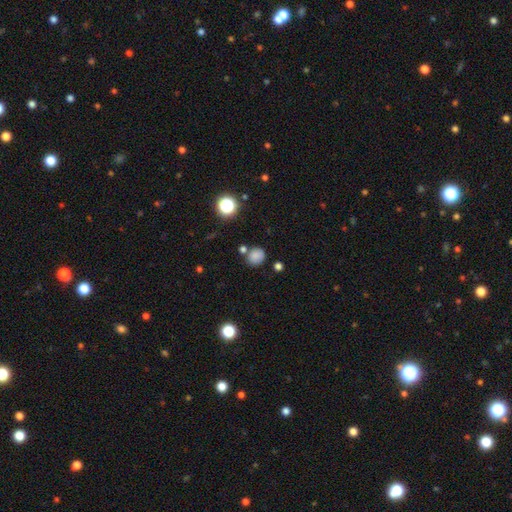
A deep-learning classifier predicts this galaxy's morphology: smooth-or-featured: smooth: 79% | star or artifact: 14% | featured or disk: 7%
  how-rounded: round: 79% | in between: 20% | cigar-shaped: 1%
  merging: none: 72% | minor disturbance: 13% | merger: 12% | major disturbance: 4%